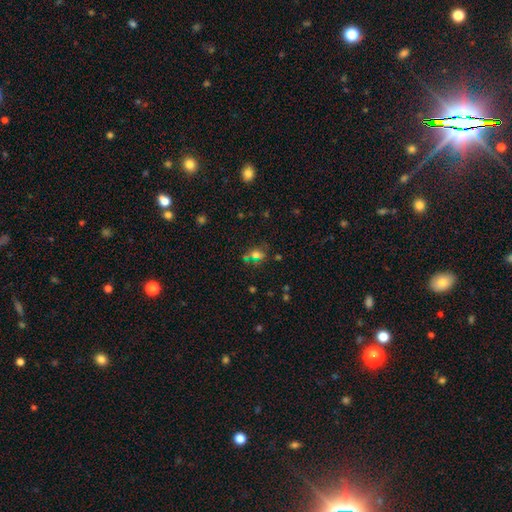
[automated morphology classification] A smooth galaxy with no disk features (51%) that is round (51%). Merging: none (58%).